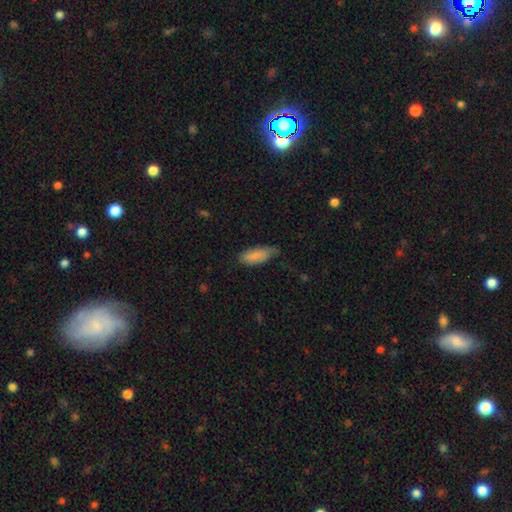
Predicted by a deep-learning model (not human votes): Smooth or featured? Predicted: smooth (p=0.77). How rounded? Predicted: in between (p=0.81). Merging? Predicted: none (p=0.47).